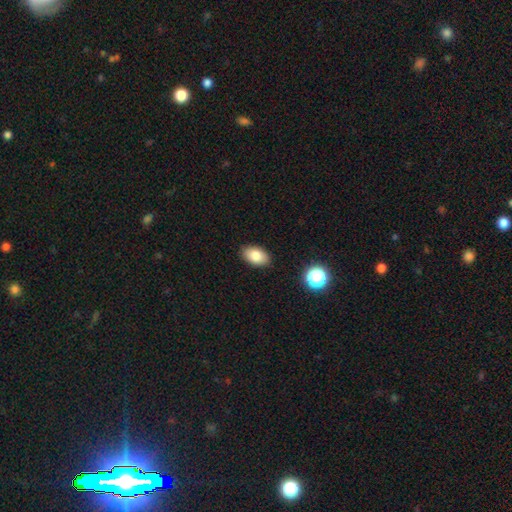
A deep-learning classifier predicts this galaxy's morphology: Overall: smooth (83%). How rounded: in between (91%). Merging: none (88%).